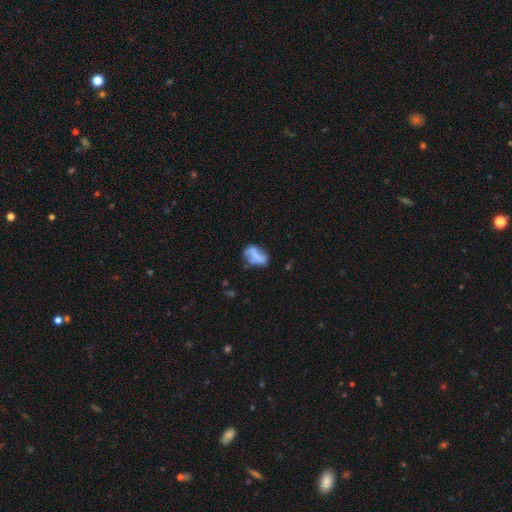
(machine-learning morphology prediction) This appears to be a smooth galaxy with no disk features (56%) that is in between round and cigar-shaped (82%). Merging: none (41%).